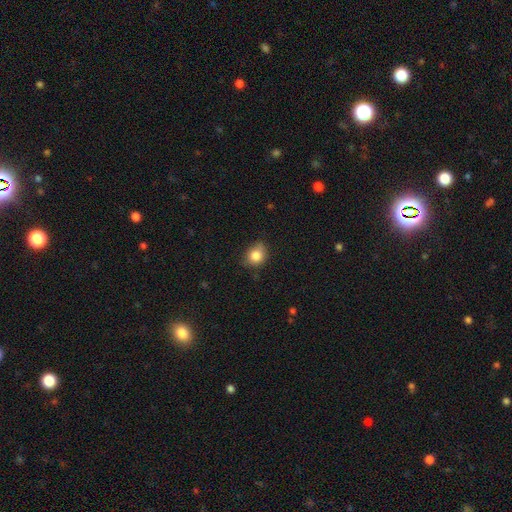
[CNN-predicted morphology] Overall: smooth (83%). How rounded: round (57%; in between 42%). Merging: none (66%; minor disturbance 28%).